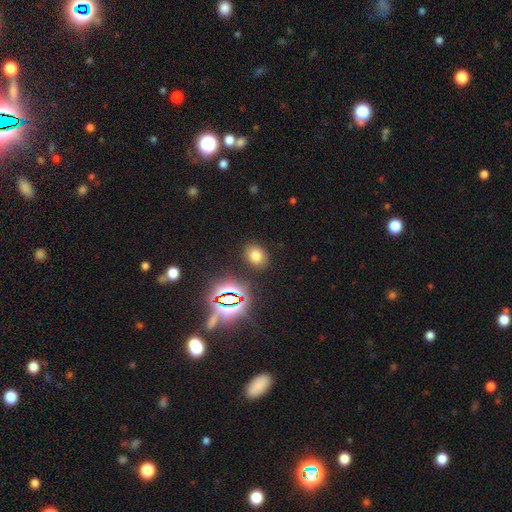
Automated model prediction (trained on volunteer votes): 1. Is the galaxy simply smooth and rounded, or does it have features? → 68% smooth, 23% star or artifact, 9% featured or disk.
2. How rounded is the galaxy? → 57% in between, 41% round, 1% cigar-shaped.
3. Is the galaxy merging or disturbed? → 85% none, 9% minor disturbance, 3% major disturbance, 3% merger.